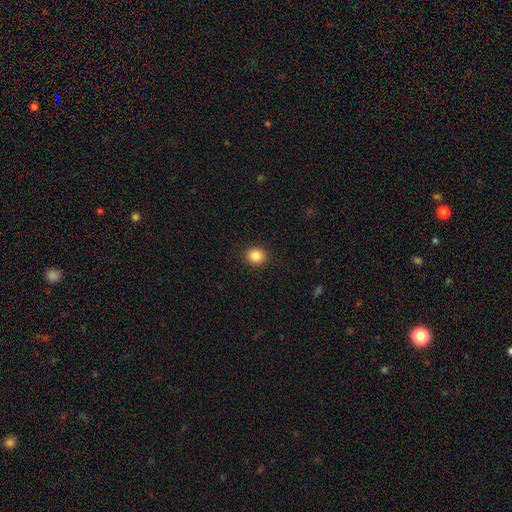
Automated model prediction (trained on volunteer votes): This is clearly a smooth galaxy (86%). How rounded: likely round (73%). Merging: clearly none (91%).